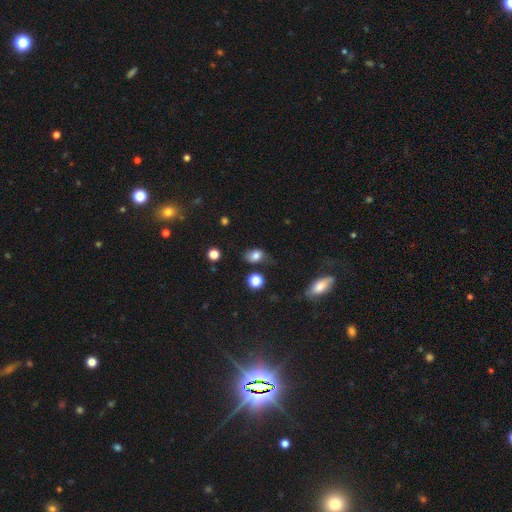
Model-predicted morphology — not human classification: Smooth or featured?
  - smooth: 80% *
  - star or artifact: 12%
  - featured or disk: 8%
How rounded?
  - in between: 69% *
  - round: 29%
  - cigar-shaped: 2%
Merging?
  - none: 57% *
  - minor disturbance: 29%
  - major disturbance: 10%
  - merger: 4%